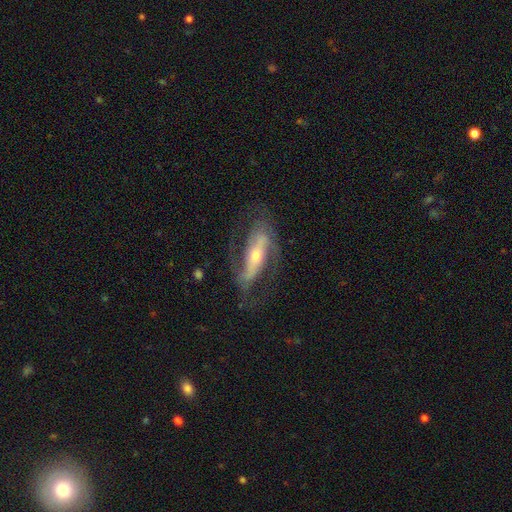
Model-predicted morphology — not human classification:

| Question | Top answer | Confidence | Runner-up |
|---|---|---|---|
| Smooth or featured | featured or disk | 81% | smooth (13%) |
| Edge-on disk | no | 85% | yes (15%) |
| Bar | strong | 53% | weak (24%) |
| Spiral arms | yes | 90% | no (10%) |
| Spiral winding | medium | 45% | loose (30%) |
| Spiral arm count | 2 | 84% | can't tell (8%) |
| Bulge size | small | 51% | moderate (43%) |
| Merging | none | 68% | minor disturbance (17%) |